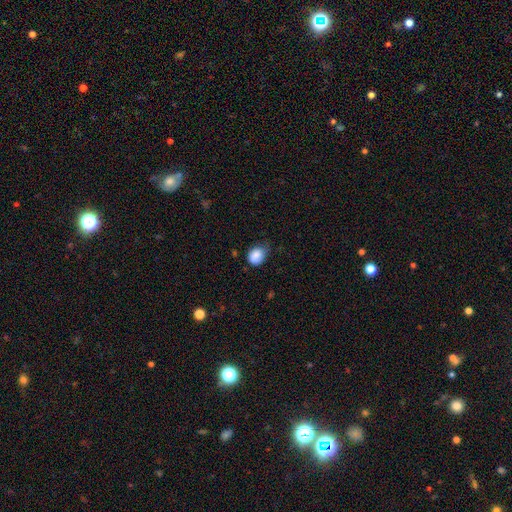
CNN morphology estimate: Q: Smooth or featured?
A: smooth (84%); runner-up: star or artifact (8%)
Q: How rounded?
A: in between (52%); runner-up: round (47%)
Q: Merging?
A: none (46%); runner-up: minor disturbance (41%)